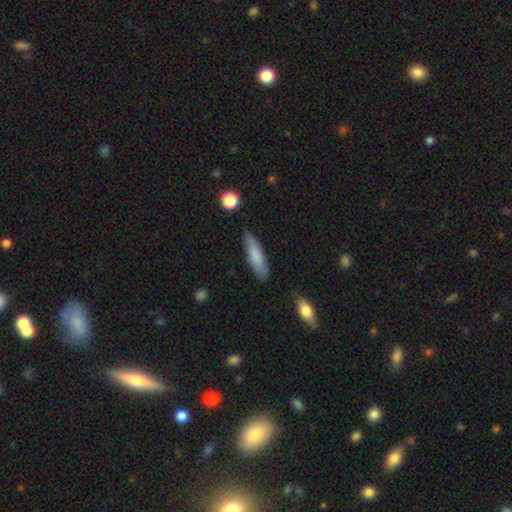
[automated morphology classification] This is likely a smooth galaxy (79%). How rounded: likely cigar-shaped (68%). Merging: clearly none (83%).